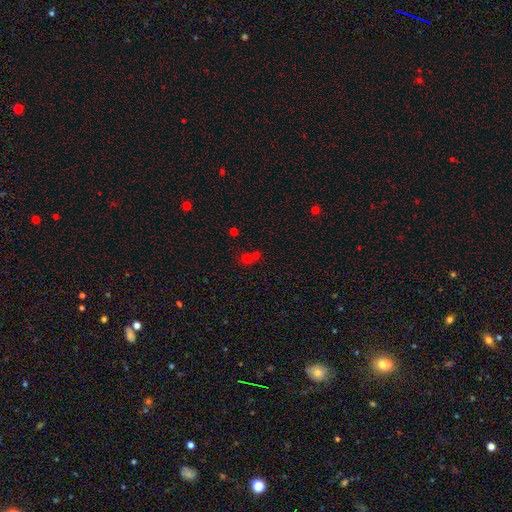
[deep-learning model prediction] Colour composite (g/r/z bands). It shows a smooth galaxy with no disk features (59%) that is round (82%). Merging: merger (45%, tied with none).